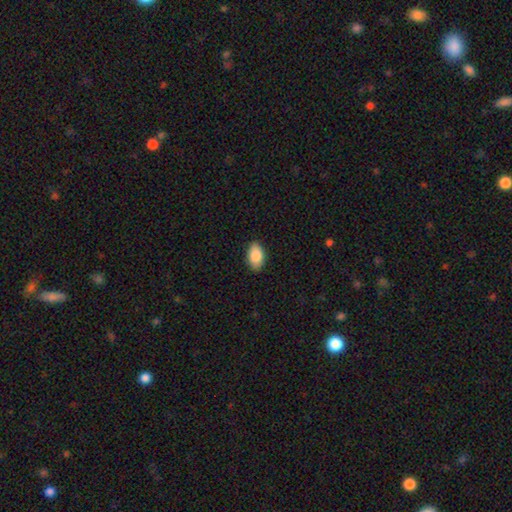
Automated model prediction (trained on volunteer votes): Overall: smooth (87%). How rounded: in between (93%). Merging: none (88%).